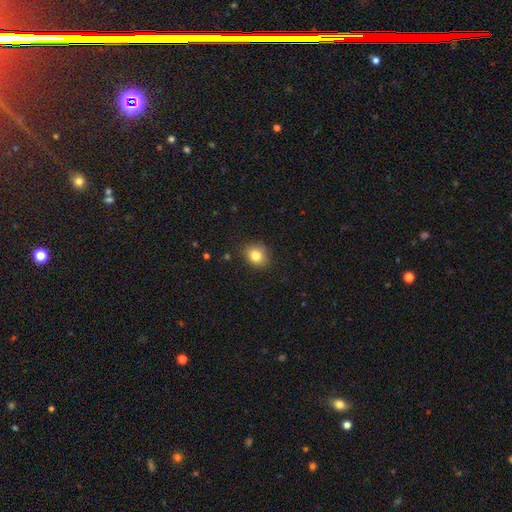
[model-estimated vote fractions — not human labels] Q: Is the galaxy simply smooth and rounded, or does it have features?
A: smooth — 82%.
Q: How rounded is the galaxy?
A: round — 66%.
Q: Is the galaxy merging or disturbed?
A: none — 84%.